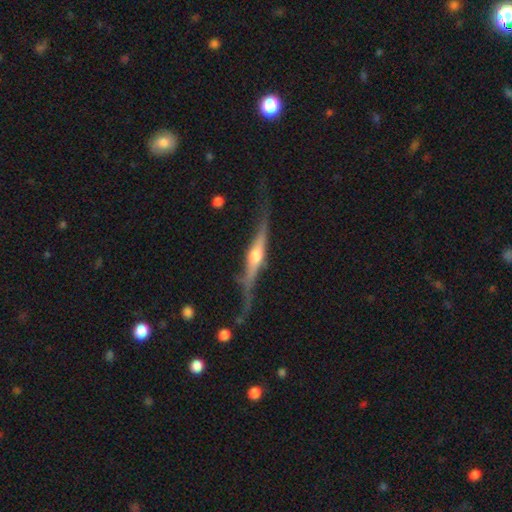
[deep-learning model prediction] This is likely a featured or disk galaxy (80%). It is clearly viewed edge-on (94%). Edge-on bulge: clearly rounded (90%). Merging: likely none (64%).